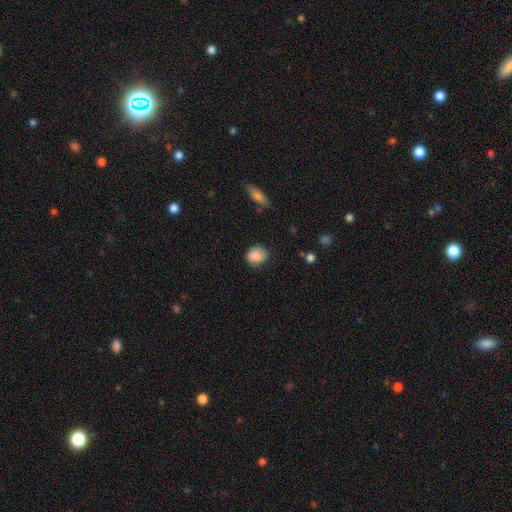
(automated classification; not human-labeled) A smooth galaxy with no disk features (86%) that is round (71%). Merging: none (77%).